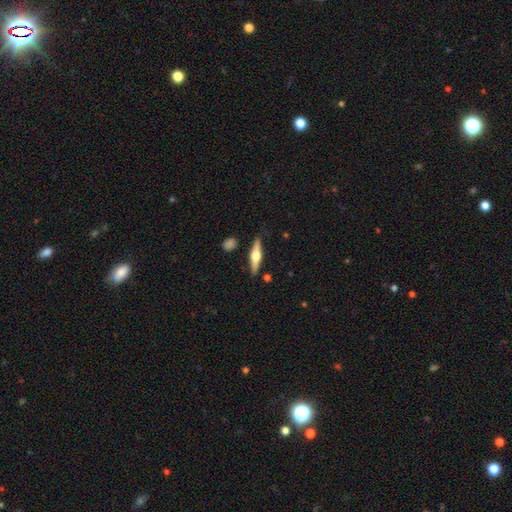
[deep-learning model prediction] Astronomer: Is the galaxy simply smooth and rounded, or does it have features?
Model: featured or disk — 64%.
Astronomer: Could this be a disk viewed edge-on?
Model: yes — 96%.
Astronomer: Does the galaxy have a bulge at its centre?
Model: rounded — 93%.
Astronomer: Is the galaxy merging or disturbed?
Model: none — 85%.